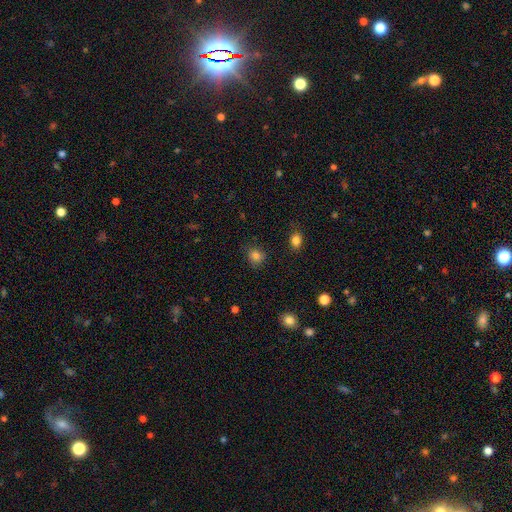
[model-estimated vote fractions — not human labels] Smooth or featured? smooth (83%)
How rounded? round (73%)
Merging? none (82%)